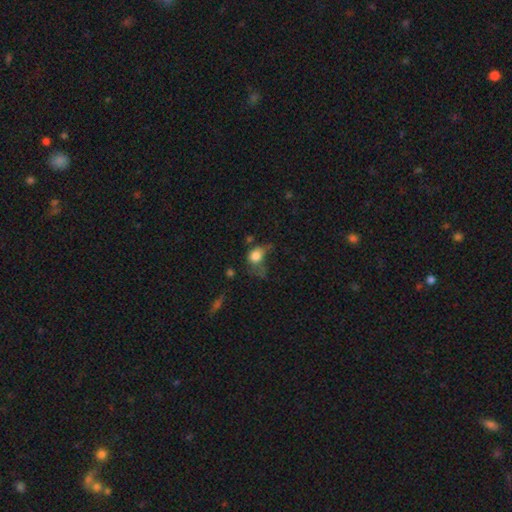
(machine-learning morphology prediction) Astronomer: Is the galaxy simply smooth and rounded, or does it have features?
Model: smooth — 73%.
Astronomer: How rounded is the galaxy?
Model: round — 54% (runner-up: in between, 44%).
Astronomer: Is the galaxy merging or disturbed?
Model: major disturbance — 39% (runner-up: none, 28%).